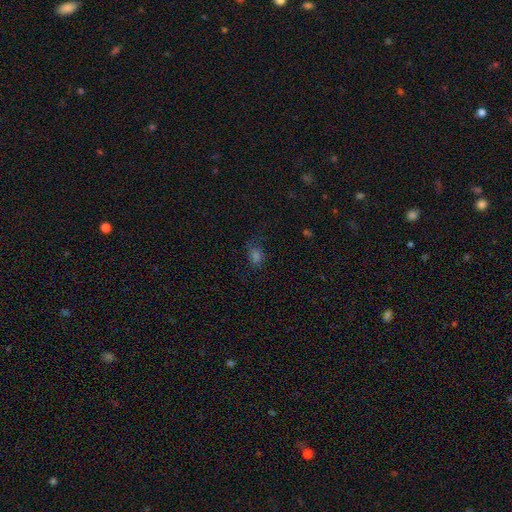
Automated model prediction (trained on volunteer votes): Morphology: type=smooth (56%); roundness=in between (57%); merging=none (61%).